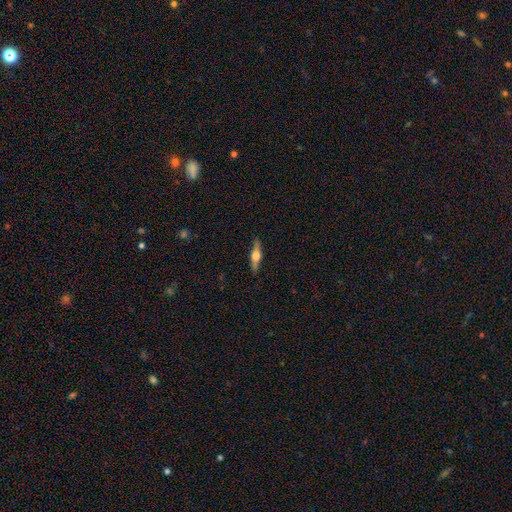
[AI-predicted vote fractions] The model was most divided on "smooth or featured": featured or disk: 61%, smooth: 33%, star or artifact: 6%. More confident: edge-on disk — yes (96%); edge-on bulge — rounded (92%); merging — none (89%).